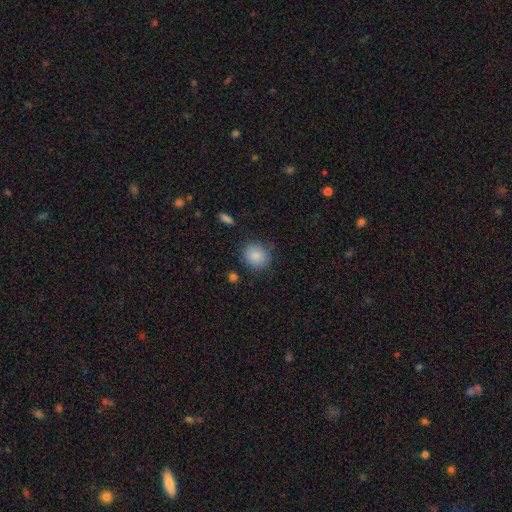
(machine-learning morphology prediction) smooth 87%, star or artifact 8%, featured or disk 5%. Down the decision tree: how rounded — round (75%); merging — none (81%).